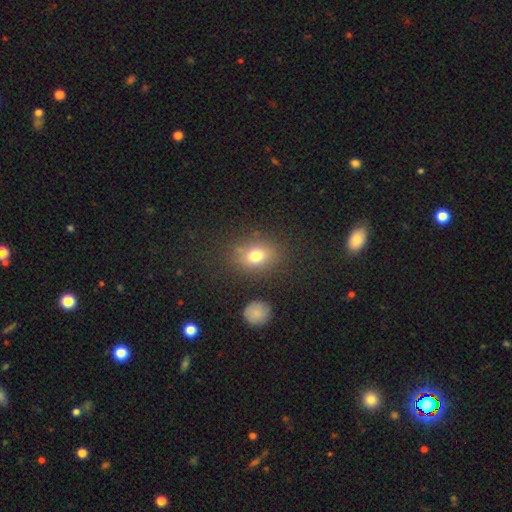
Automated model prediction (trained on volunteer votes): smooth 77%, star or artifact 13%, featured or disk 10%. Down the decision tree: how rounded — in between (57%); merging — none (79%).